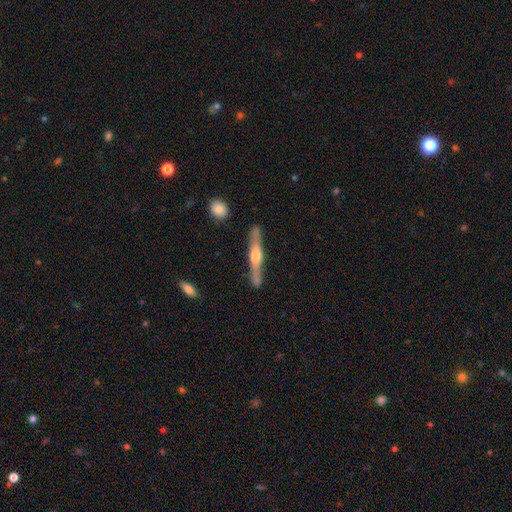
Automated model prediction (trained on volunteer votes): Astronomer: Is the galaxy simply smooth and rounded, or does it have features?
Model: featured or disk — 74%.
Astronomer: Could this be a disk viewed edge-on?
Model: yes — 97%.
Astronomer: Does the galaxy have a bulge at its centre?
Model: rounded — 84%.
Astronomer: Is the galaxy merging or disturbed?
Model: none — 86%.